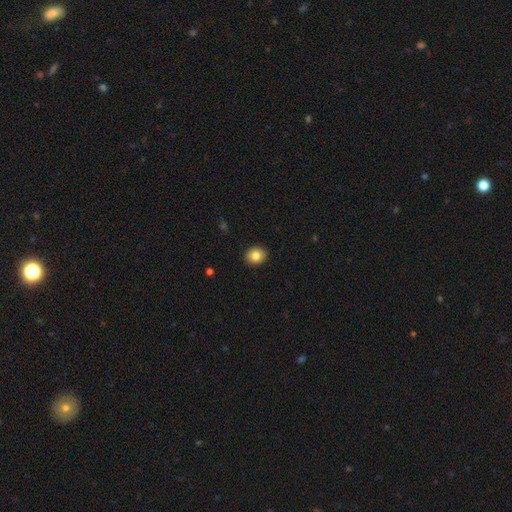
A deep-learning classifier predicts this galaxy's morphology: A smooth galaxy with no disk features (82%) that is round (66%).

Vote fractions:
- Smooth or featured? smooth: 82% / featured or disk: 9% / star or artifact: 9%
- How rounded? round: 66% / in between: 33% / cigar-shaped: 1%
- Merging? none: 91% / minor disturbance: 7% / major disturbance: 2% / merger: 1%